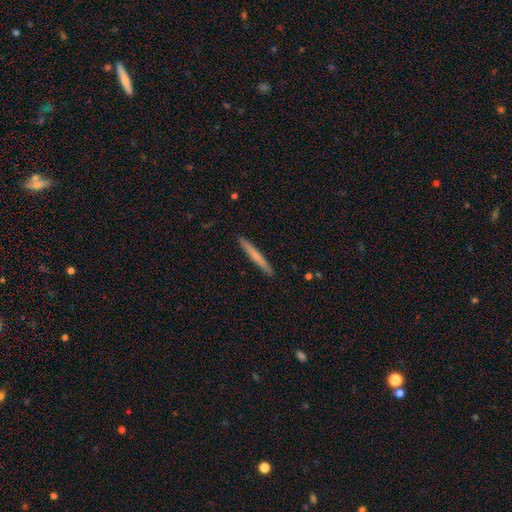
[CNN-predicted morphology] smooth 60%, featured or disk 35%, star or artifact 5%. Down the decision tree: how rounded — cigar-shaped (97%); merging — none (92%).